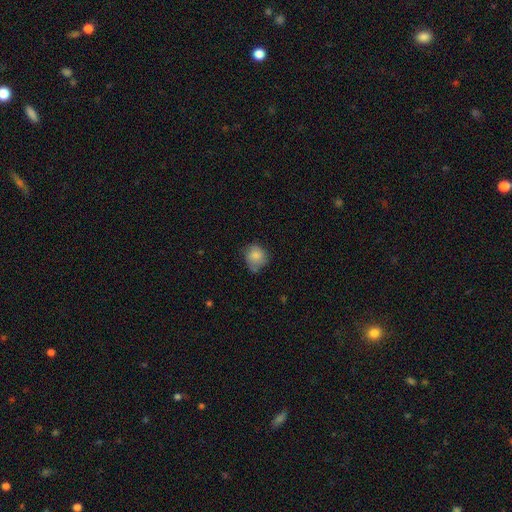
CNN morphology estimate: This appears to be a smooth galaxy with no disk features (80%) that is round (77%). Merging: none (59%).